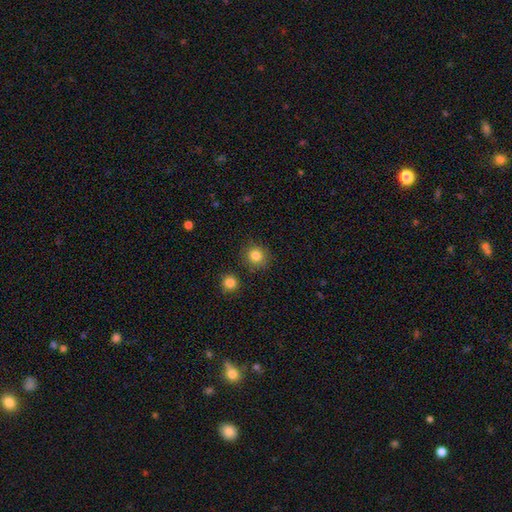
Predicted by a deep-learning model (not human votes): Smooth or featured? Predicted: smooth (p=0.83). How rounded? Predicted: round (p=0.90). Merging? Predicted: none (p=0.86).